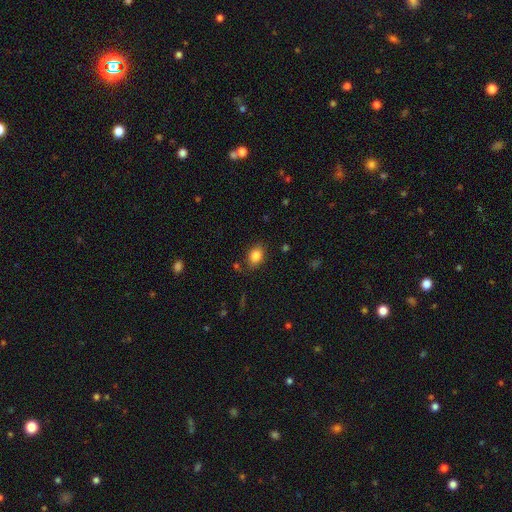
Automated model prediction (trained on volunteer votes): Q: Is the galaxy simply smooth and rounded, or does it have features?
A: smooth — 84%.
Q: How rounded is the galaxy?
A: in between — 72%.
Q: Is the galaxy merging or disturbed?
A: none — 79%.